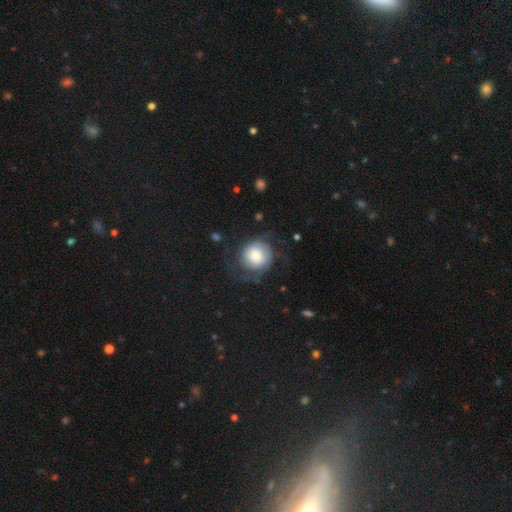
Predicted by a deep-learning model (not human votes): This is possibly a featured or disk galaxy (48%). Merging: possibly none (59%).